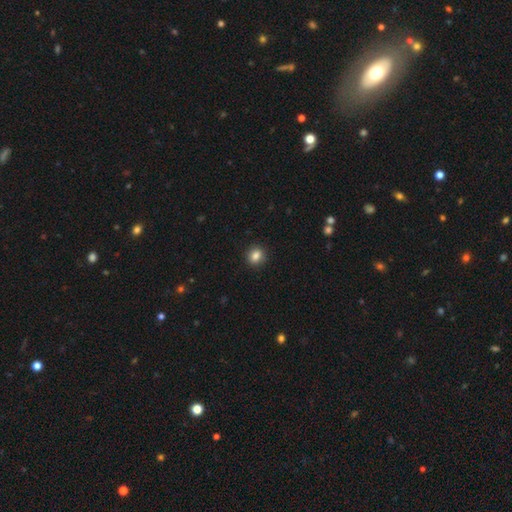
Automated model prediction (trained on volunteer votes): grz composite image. It shows a smooth galaxy with no disk features (85%) that is round (71%). Merging: none (91%).